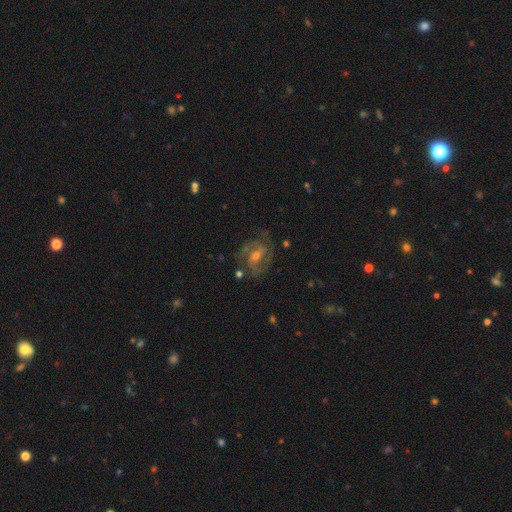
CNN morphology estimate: Overall: featured or disk (80%). Edge-on disk: no (97%). Bar: weak (49%; no 31%). Spiral arms: yes (91%). Spiral arm count: 2 (51%; 3 19%). Spiral winding: medium (49%; tight 34%). Bulge size: moderate (49%; small 46%). Merging: none (68%).